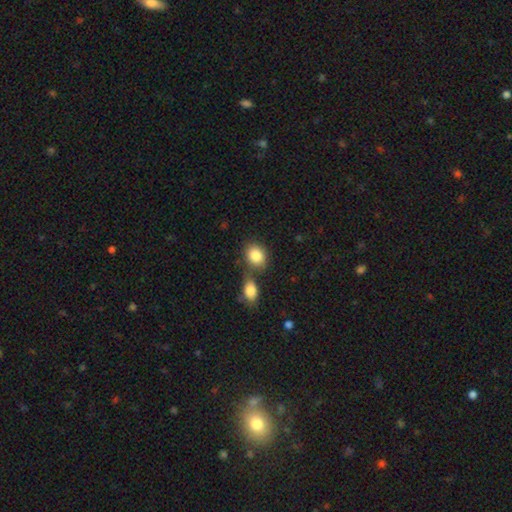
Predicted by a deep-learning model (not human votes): The model was most divided on "how rounded": in between: 52%, round: 47%, cigar-shaped: 1%. More confident: smooth or featured — smooth (86%); merging — none (53%).